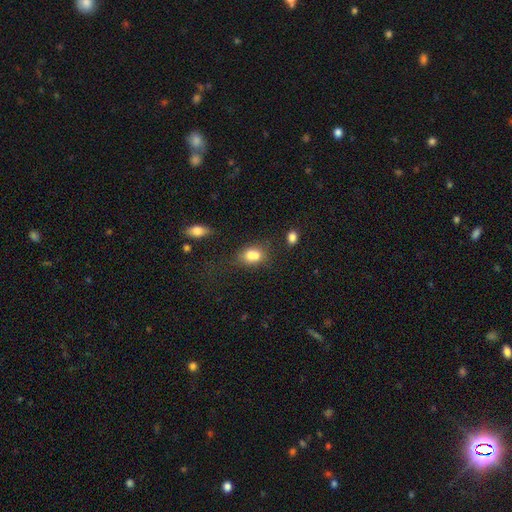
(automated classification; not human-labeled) Smooth or featured?
  - smooth: 73% *
  - featured or disk: 16%
  - star or artifact: 12%
How rounded?
  - in between: 55% *
  - round: 44%
  - cigar-shaped: 2%
Merging?
  - merger: 49% *
  - none: 32%
  - minor disturbance: 13%
  - major disturbance: 6%